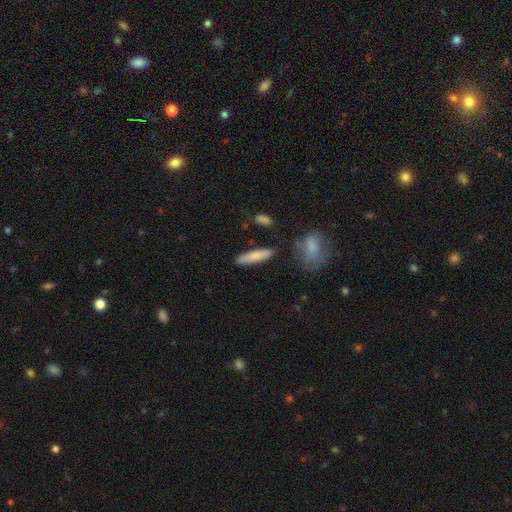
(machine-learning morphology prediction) Smooth or featured? Predicted: smooth (p=0.79). How rounded? Predicted: cigar-shaped (p=0.79). Merging? Predicted: none (p=0.83).